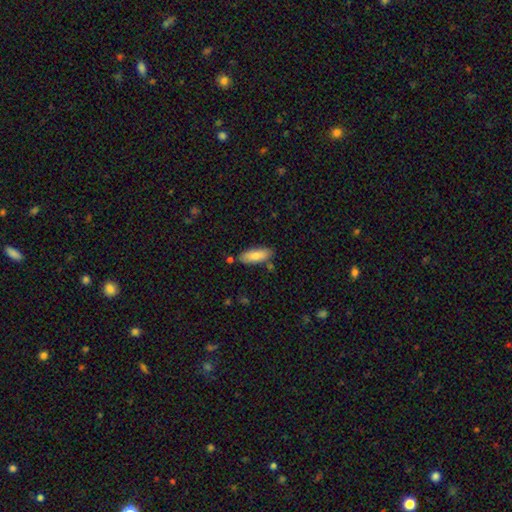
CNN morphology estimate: A smooth galaxy with no disk features (78%) that is in between round and cigar-shaped (74%).

Vote fractions:
- Smooth or featured? smooth: 78% / featured or disk: 16% / star or artifact: 6%
- How rounded? in between: 74% / cigar-shaped: 24% / round: 2%
- Merging? none: 78% / minor disturbance: 14% / merger: 5% / major disturbance: 3%